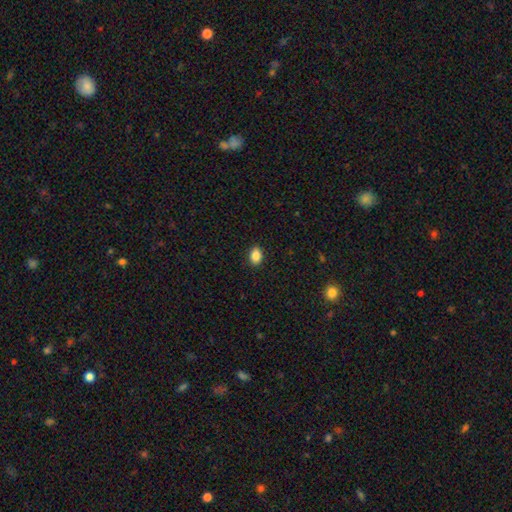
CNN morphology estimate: smooth_or_featured: smooth (p=0.87) [alt: star or artifact p=0.09]
how_rounded: in between (p=0.78) [alt: round p=0.21]
merging: none (p=0.90) [alt: minor disturbance p=0.07]